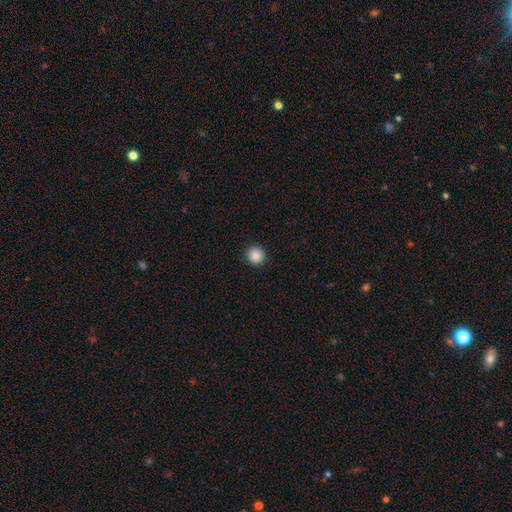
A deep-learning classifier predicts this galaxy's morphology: smooth-or-featured: smooth: 87% | star or artifact: 9% | featured or disk: 4%
  how-rounded: round: 94% | in between: 5% | cigar-shaped: 1%
  merging: none: 92% | minor disturbance: 6% | major disturbance: 2% | merger: 1%